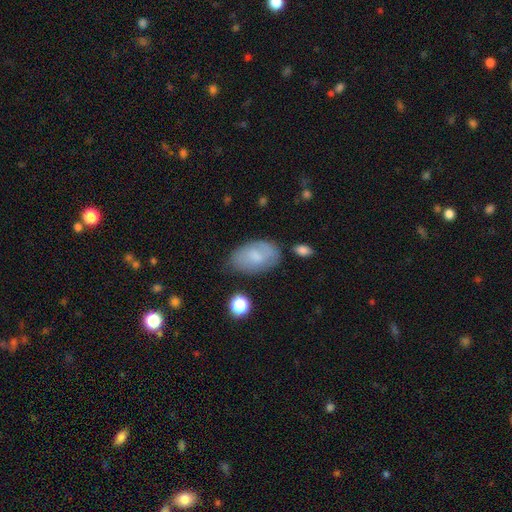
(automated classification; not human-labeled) A smooth galaxy with no disk features (67%) that is in between round and cigar-shaped (92%).

Vote fractions:
- Smooth or featured? smooth: 67% / featured or disk: 25% / star or artifact: 8%
- How rounded? in between: 92% / round: 7% / cigar-shaped: 2%
- Merging? none: 63% / minor disturbance: 25% / major disturbance: 7% / merger: 4%